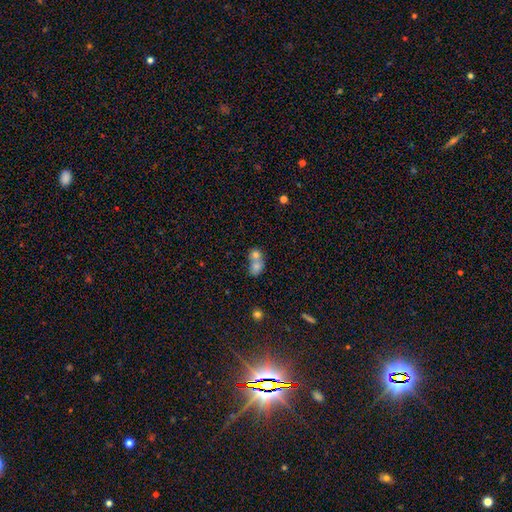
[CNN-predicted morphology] Smooth or featured? smooth (72%)
How rounded? round (53%)
Merging? merger (73%)